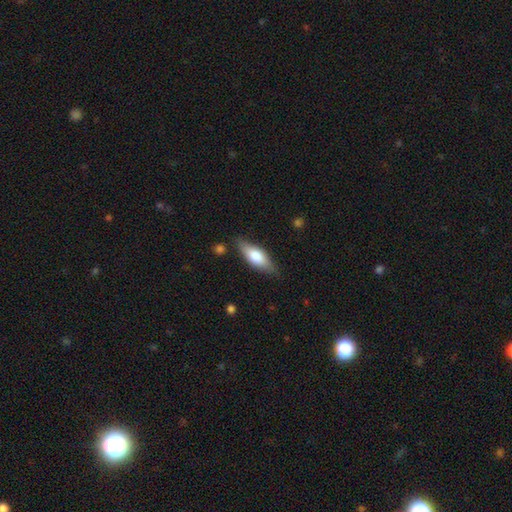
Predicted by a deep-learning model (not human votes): smooth 64%, featured or disk 30%, star or artifact 6%. Down the decision tree: how rounded — in between (67%); merging — none (80%).